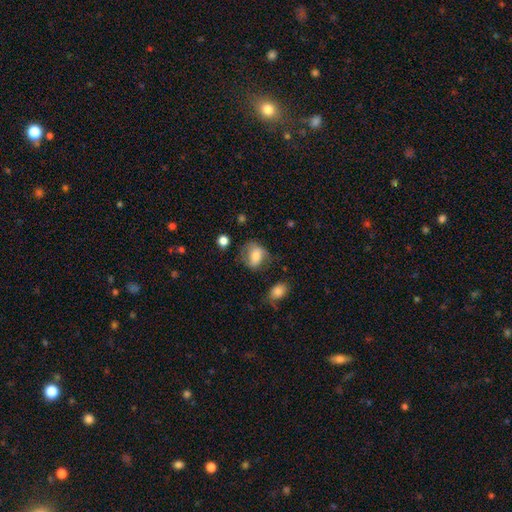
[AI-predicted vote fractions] Morphology: type=smooth (61%); roundness=in between (55%); merging=none (53%).